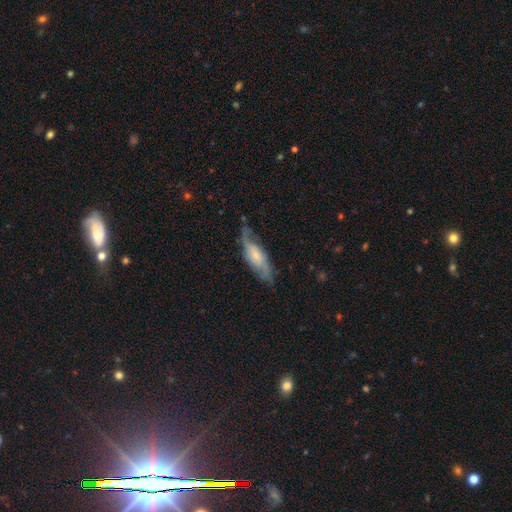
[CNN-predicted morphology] This appears to be a featured or disk galaxy (71%) with no bar (62%), 2 (79%) medium (43%) spiral arms (92%) and a small central bulge (52%). Merging: none (67%).